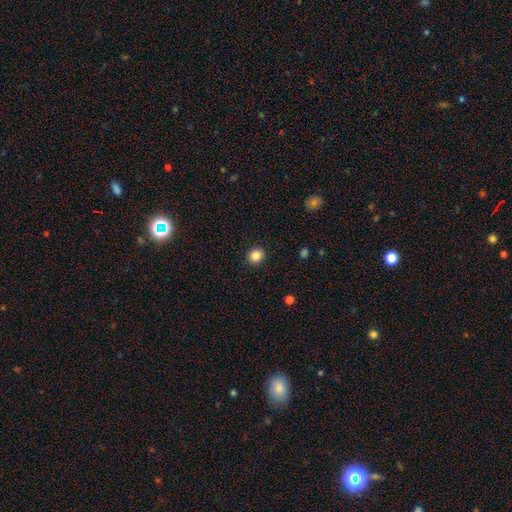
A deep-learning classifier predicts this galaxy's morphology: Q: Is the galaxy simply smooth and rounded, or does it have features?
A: smooth — 85%.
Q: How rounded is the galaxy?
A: round — 82%.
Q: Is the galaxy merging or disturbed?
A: none — 92%.